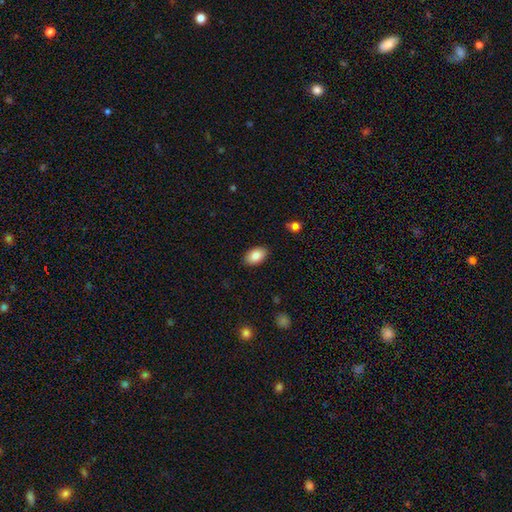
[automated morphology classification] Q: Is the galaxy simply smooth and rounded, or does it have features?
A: smooth — 85%.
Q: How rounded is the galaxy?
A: in between — 92%.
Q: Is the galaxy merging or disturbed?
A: none — 88%.